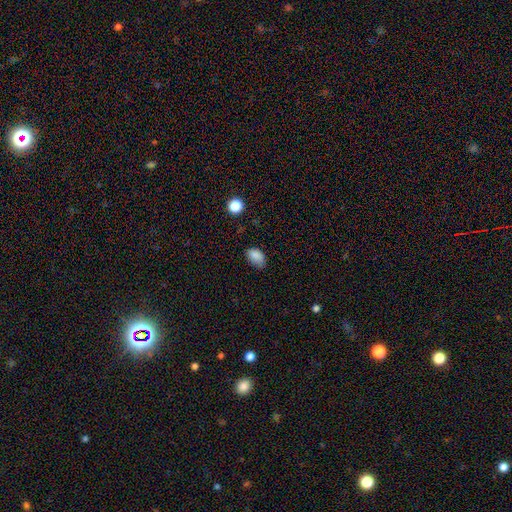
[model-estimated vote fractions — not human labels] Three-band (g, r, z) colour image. It shows a smooth galaxy with no disk features (85%) that is in between round and cigar-shaped (88%). Merging: none (60%).